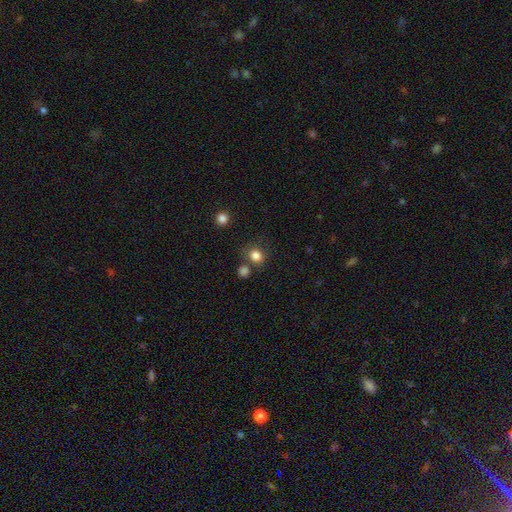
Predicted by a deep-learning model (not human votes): Smooth or featured: smooth — 82% (star or artifact — 13%)
How rounded: round — 78% (in between — 21%)
Merging: none — 71% (merger — 14%)